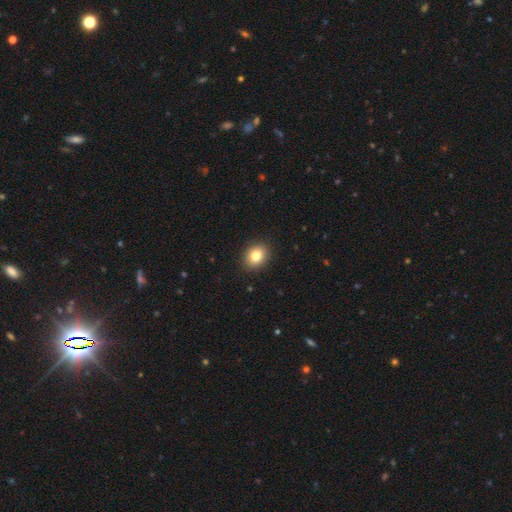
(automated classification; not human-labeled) Morphology: type=smooth (82%); roundness=in between (52%); merging=none (90%).